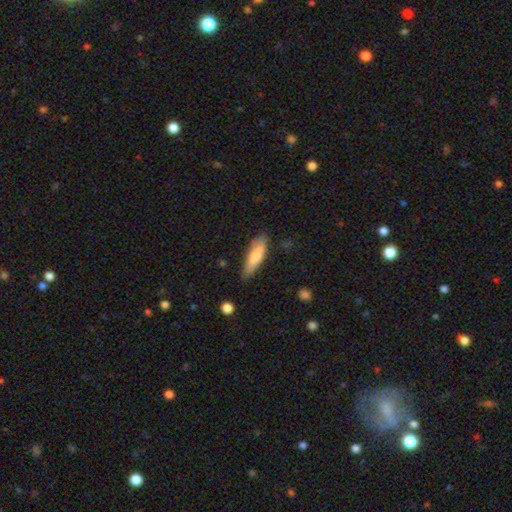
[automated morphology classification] Smooth or featured? Predicted: smooth (p=0.76). How rounded? Predicted: cigar-shaped (p=0.56). Merging? Predicted: none (p=0.79).